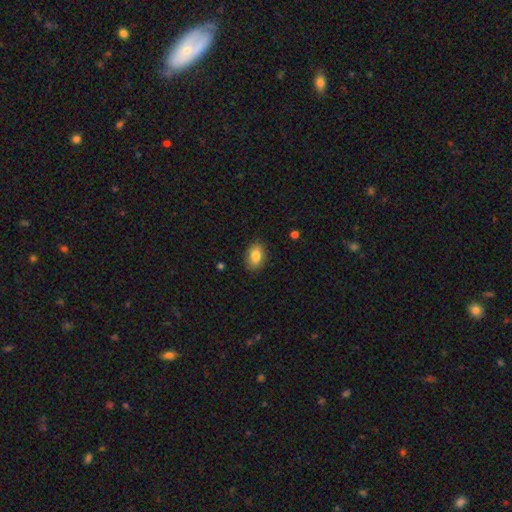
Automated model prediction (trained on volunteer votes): This appears to be a smooth galaxy with no disk features (84%) that is in between round and cigar-shaped (84%). Merging: none (86%).